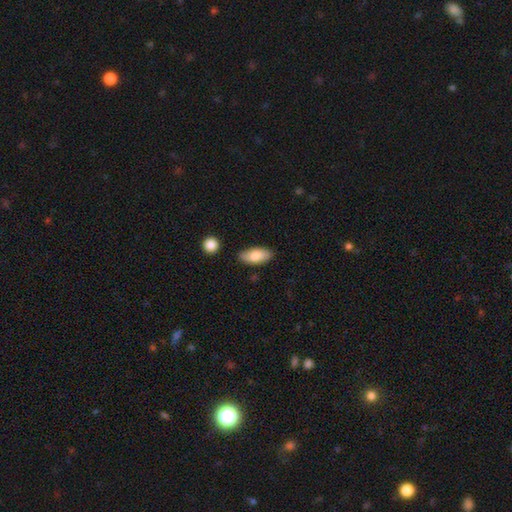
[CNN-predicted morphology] A smooth galaxy with no disk features (82%) that is in between round and cigar-shaped (89%). Merging: none (82%).